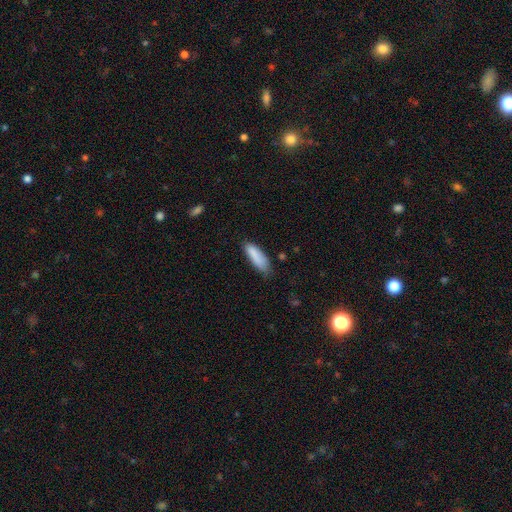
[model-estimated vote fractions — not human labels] Smooth or featured?
  - smooth: 87% *
  - star or artifact: 7%
  - featured or disk: 6%
How rounded?
  - in between: 56% *
  - cigar-shaped: 42%
  - round: 2%
Merging?
  - none: 67% *
  - minor disturbance: 26%
  - major disturbance: 5%
  - merger: 2%